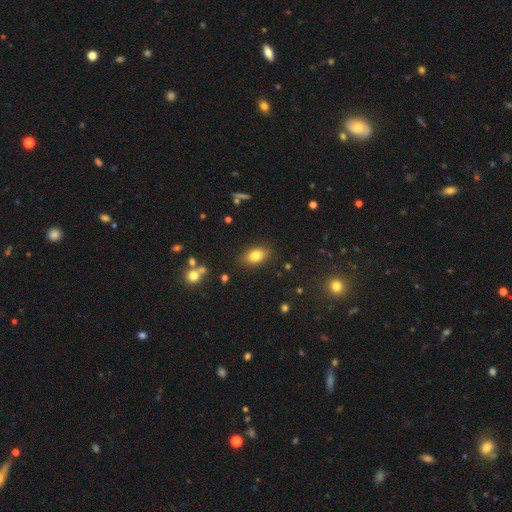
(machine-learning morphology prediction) Smooth or featured? smooth (80%)
How rounded? in between (85%)
Merging? none (85%)